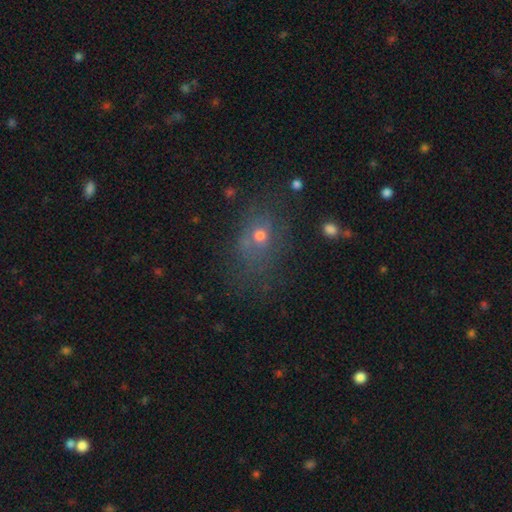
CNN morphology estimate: Smooth or featured: smooth — 50% (star or artifact — 34%)
Merging: none — 68% (minor disturbance — 18%)